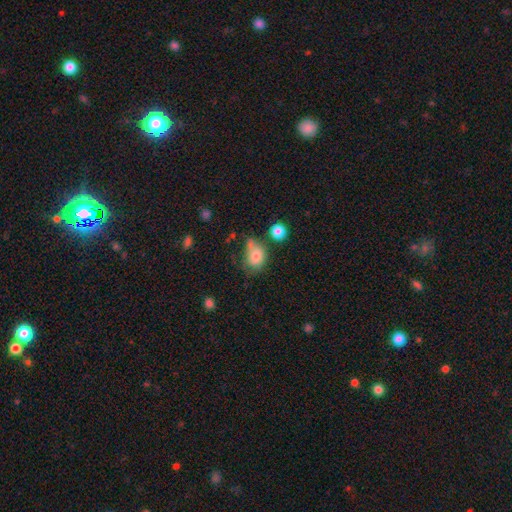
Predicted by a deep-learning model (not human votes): This appears to be a smooth galaxy with no disk features (74%) that is in between round and cigar-shaped (58%). Merging: none (36%).